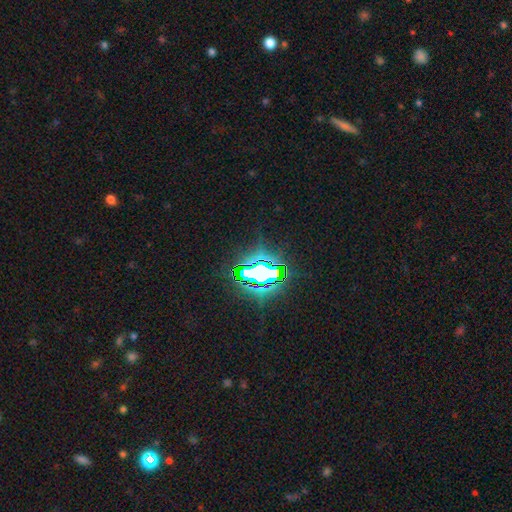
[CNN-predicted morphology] smooth-or-featured: star or artifact: 81% | smooth: 11% | featured or disk: 8%